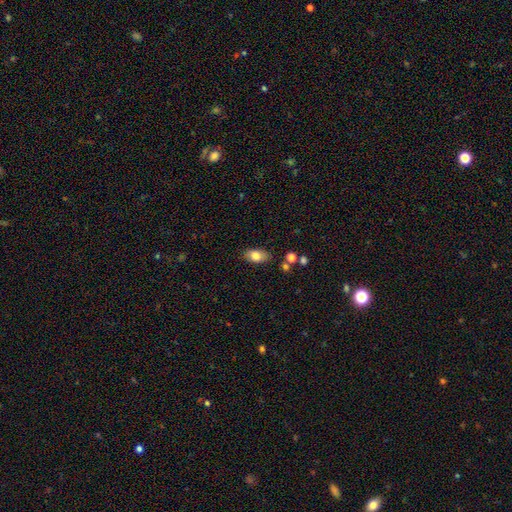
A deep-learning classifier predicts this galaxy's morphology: Smooth or featured? Predicted: smooth (p=0.82). How rounded? Predicted: in between (p=0.89). Merging? Predicted: none (p=0.81).